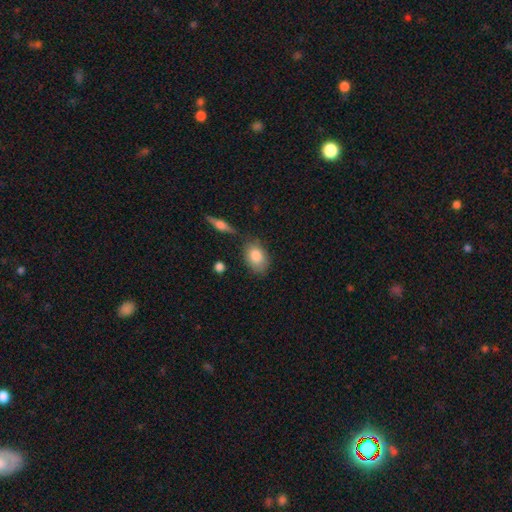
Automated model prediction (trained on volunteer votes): Q: Smooth or featured?
A: smooth (83%); runner-up: featured or disk (11%)
Q: How rounded?
A: in between (82%); runner-up: round (16%)
Q: Merging?
A: none (73%); runner-up: minor disturbance (18%)